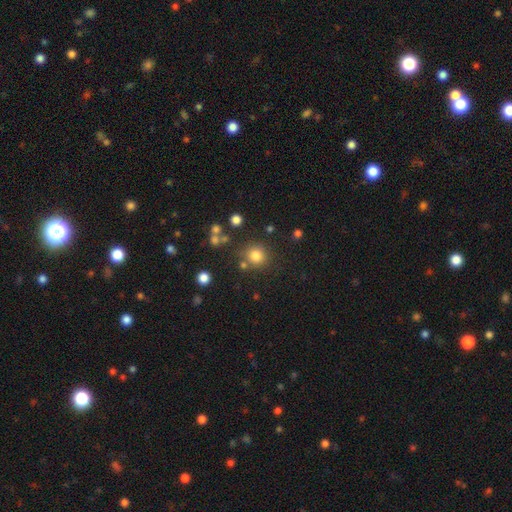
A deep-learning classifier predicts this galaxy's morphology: smooth-or-featured: smooth: 80% | star or artifact: 14% | featured or disk: 7%
  how-rounded: round: 92% | in between: 7% | cigar-shaped: 1%
  merging: none: 79% | minor disturbance: 9% | merger: 8% | major disturbance: 4%